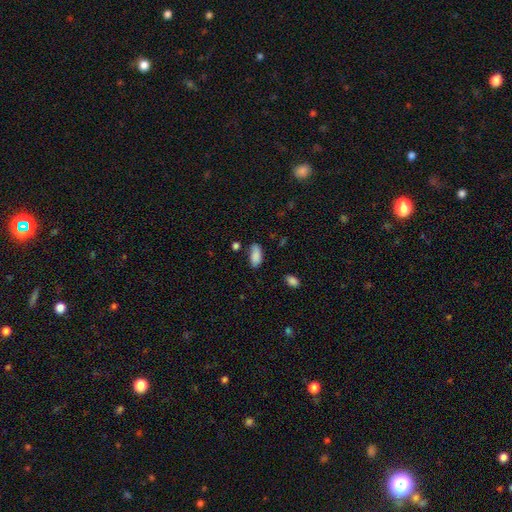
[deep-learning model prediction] A smooth galaxy with no disk features (87%) that is in between round and cigar-shaped (90%).

Vote fractions:
- Smooth or featured? smooth: 87% / star or artifact: 8% / featured or disk: 5%
- How rounded? in between: 90% / cigar-shaped: 8% / round: 2%
- Merging? none: 67% / minor disturbance: 23% / major disturbance: 5% / merger: 5%